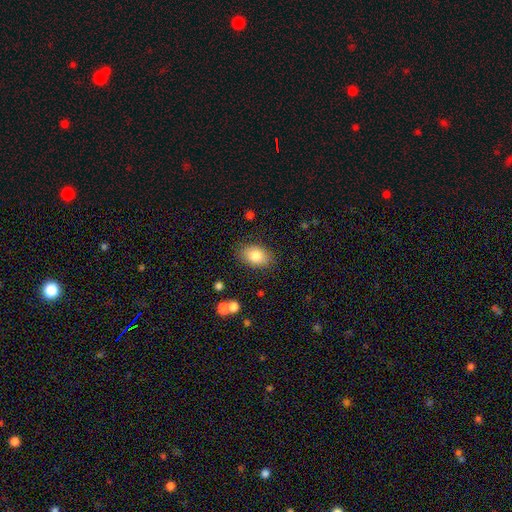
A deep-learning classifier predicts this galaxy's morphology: Smooth or featured: smooth — 81% (featured or disk — 11%)
How rounded: in between — 83% (round — 15%)
Merging: none — 83% (minor disturbance — 12%)